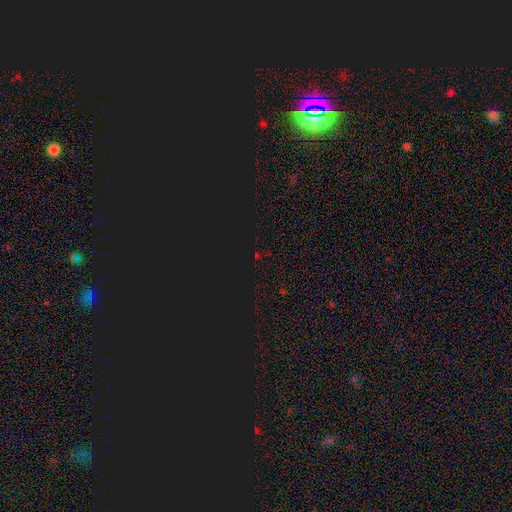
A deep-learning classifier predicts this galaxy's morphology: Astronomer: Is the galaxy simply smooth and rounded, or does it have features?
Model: star or artifact — 78%.